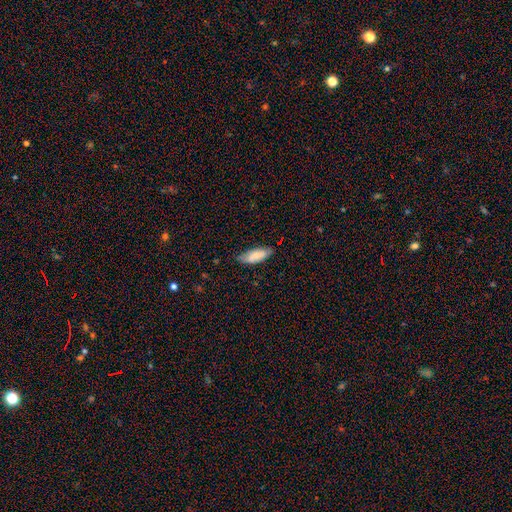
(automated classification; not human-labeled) This appears to be a smooth galaxy with no disk features (79%) that is in between round and cigar-shaped (74%). Merging: none (66%).